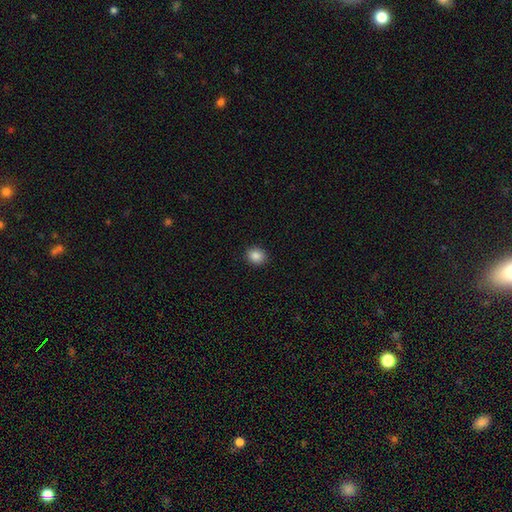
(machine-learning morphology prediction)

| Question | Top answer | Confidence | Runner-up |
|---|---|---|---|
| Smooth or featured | smooth | 86% | star or artifact (10%) |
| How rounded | round | 70% | in between (29%) |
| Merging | none | 91% | minor disturbance (7%) |